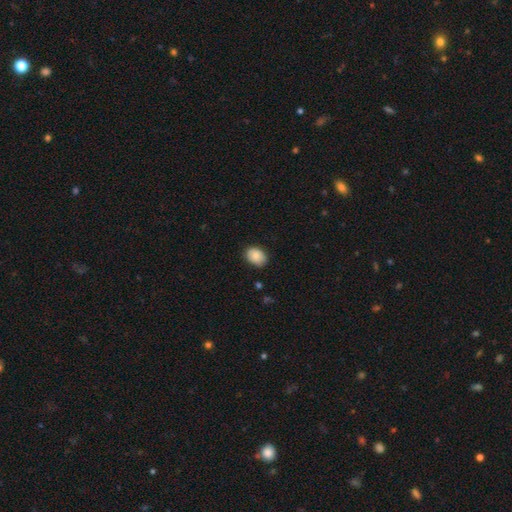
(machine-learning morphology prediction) smooth_or_featured: smooth (p=0.83) [alt: featured or disk p=0.10]
how_rounded: in between (p=0.67) [alt: round p=0.32]
merging: none (p=0.80) [alt: minor disturbance p=0.16]